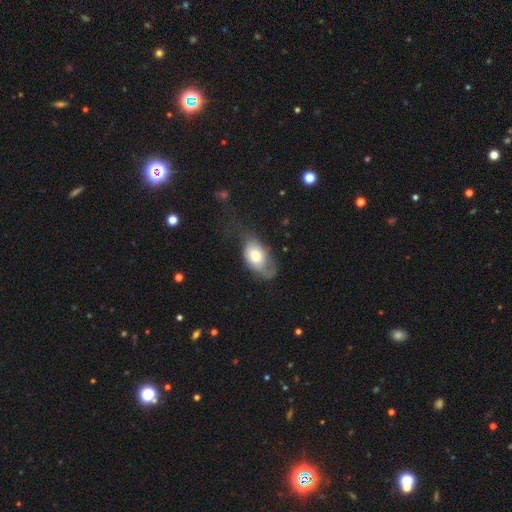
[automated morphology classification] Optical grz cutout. It shows a smooth galaxy with no disk features (67%) that is in between round and cigar-shaped (88%). Merging: none (33%).